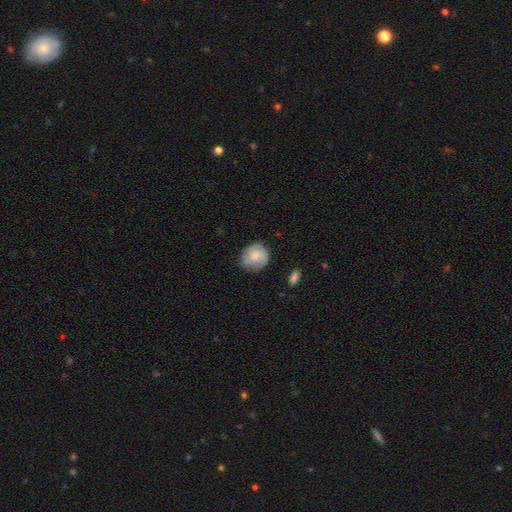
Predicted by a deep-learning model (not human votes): This is likely a smooth galaxy (72%). How rounded: likely round (77%). Merging: likely none (71%).